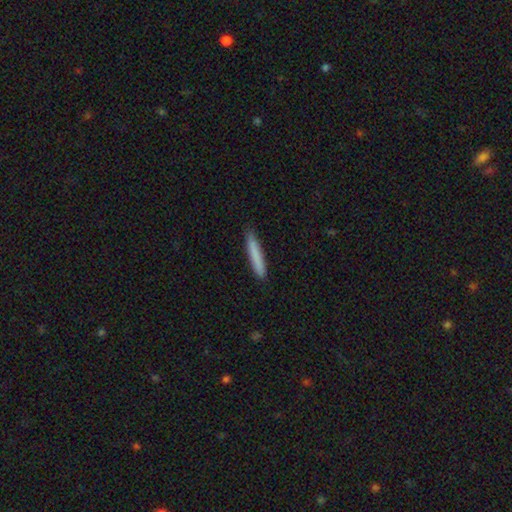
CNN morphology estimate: smooth-or-featured: smooth: 81% | featured or disk: 13% | star or artifact: 6%
  how-rounded: cigar-shaped: 95% | in between: 4% | round: 1%
  merging: none: 88% | minor disturbance: 10% | major disturbance: 2% | merger: 1%